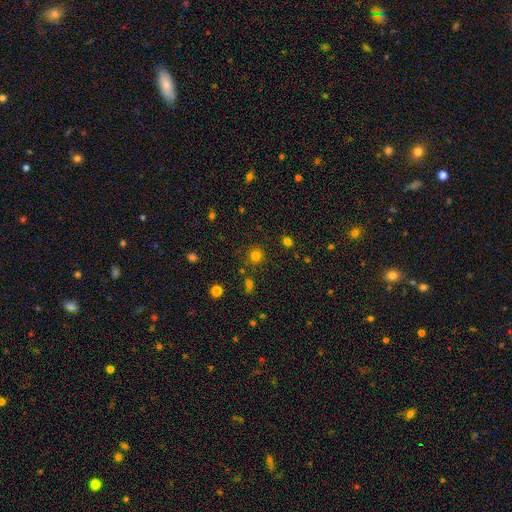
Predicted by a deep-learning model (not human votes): smooth 78%, star or artifact 17%, featured or disk 5%. Down the decision tree: how rounded — round (91%); merging — none (84%).